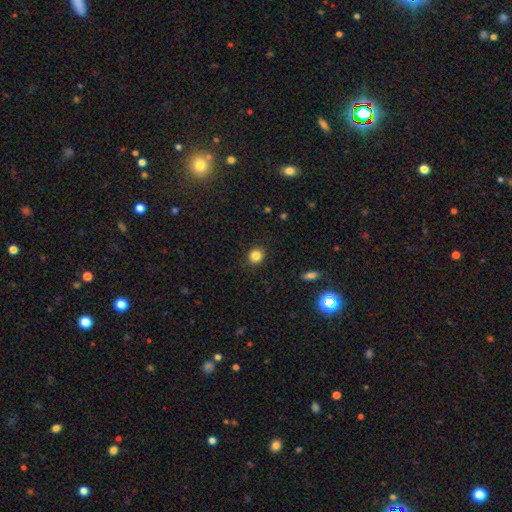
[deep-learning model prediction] A smooth galaxy with no disk features (84%) that is round (86%). Merging: none (91%).